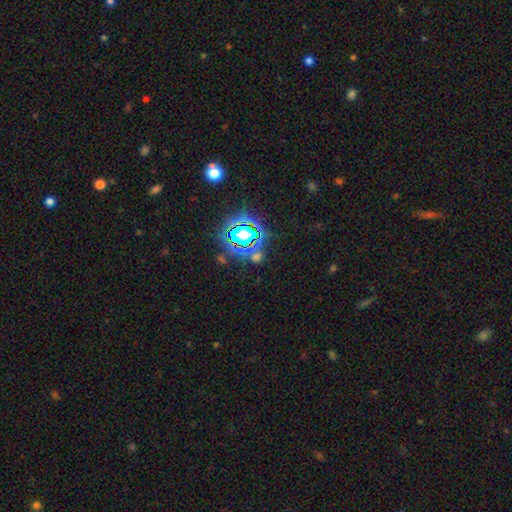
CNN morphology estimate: A star or artifact, not a galaxy (66%).